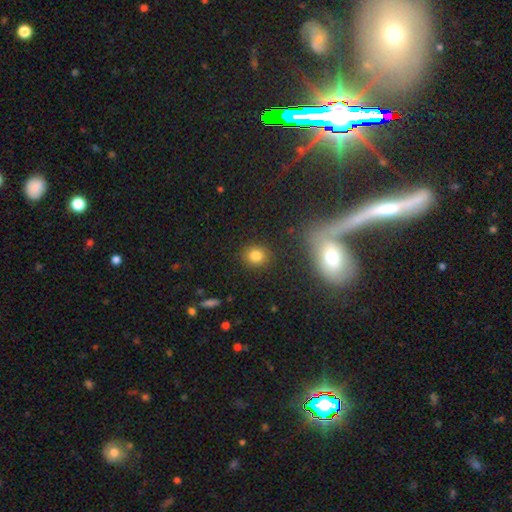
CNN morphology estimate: Smooth or featured?
  - smooth: 82% *
  - star or artifact: 12%
  - featured or disk: 6%
How rounded?
  - round: 80% *
  - in between: 19%
  - cigar-shaped: 1%
Merging?
  - none: 88% *
  - minor disturbance: 7%
  - major disturbance: 2%
  - merger: 2%